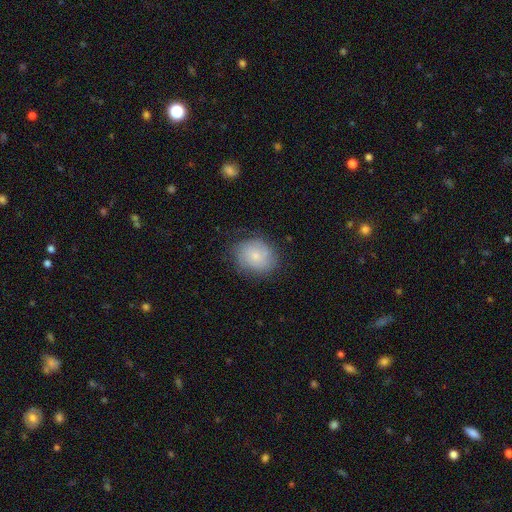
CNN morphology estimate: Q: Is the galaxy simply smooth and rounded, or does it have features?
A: smooth — 72%.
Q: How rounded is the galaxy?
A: round — 59%.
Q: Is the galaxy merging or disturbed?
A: none — 74%.